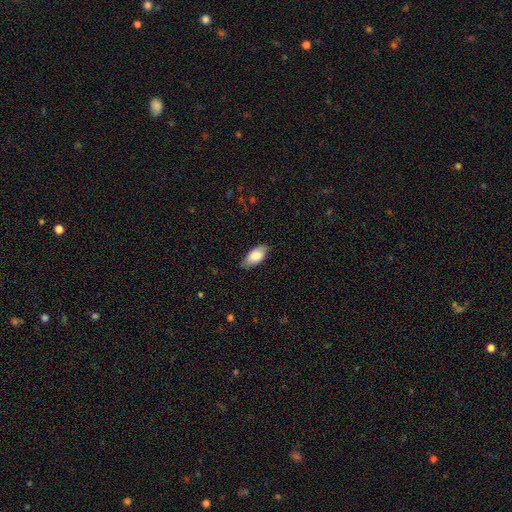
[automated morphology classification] smooth_or_featured: smooth (p=0.81) [alt: featured or disk p=0.13]
how_rounded: in between (p=0.91) [alt: cigar-shaped p=0.06]
merging: none (p=0.78) [alt: minor disturbance p=0.18]